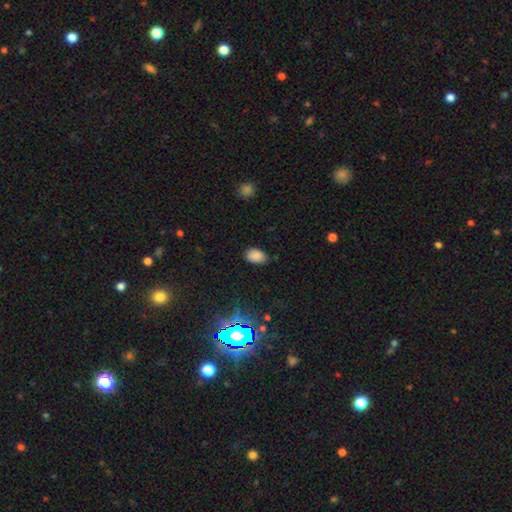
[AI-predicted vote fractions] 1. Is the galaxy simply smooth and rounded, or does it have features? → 82% smooth, 13% star or artifact, 4% featured or disk.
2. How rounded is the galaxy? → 85% in between, 14% round, 1% cigar-shaped.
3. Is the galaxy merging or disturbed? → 81% none, 15% minor disturbance, 3% major disturbance, 1% merger.